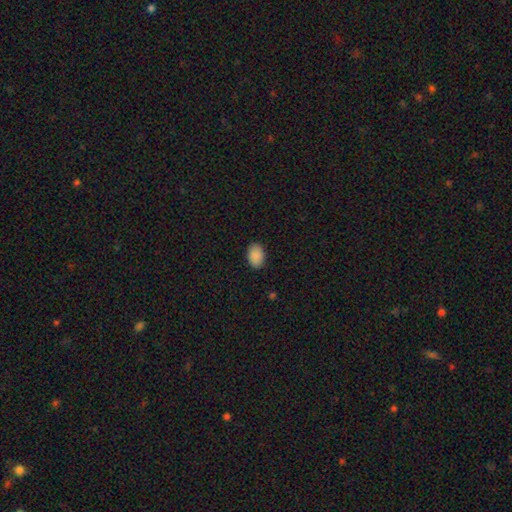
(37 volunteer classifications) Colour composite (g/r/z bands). It shows a smooth galaxy with no disk features (95%) that is in between round and cigar-shaped (83%). Merging: none (86%).